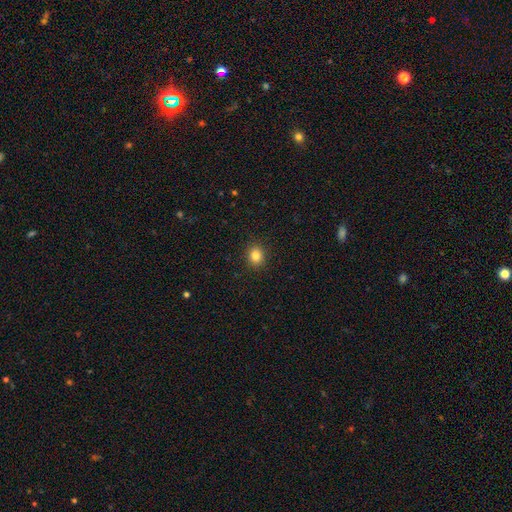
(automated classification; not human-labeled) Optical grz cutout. It shows a smooth galaxy with no disk features (85%) that is round (66%). Merging: none (90%).